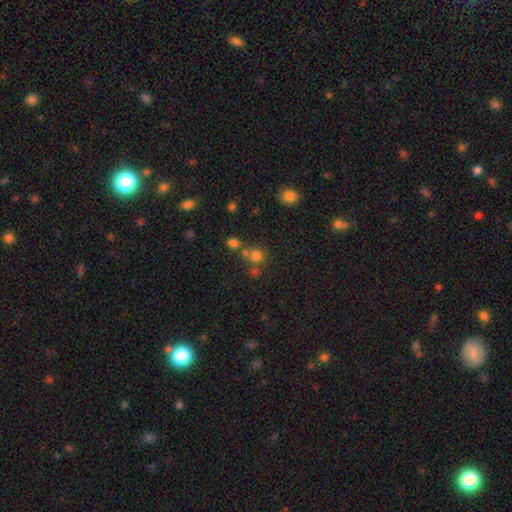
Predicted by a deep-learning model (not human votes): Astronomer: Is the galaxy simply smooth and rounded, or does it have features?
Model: smooth — 72%.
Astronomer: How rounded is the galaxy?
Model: round — 88%.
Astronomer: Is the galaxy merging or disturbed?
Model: none — 57%.